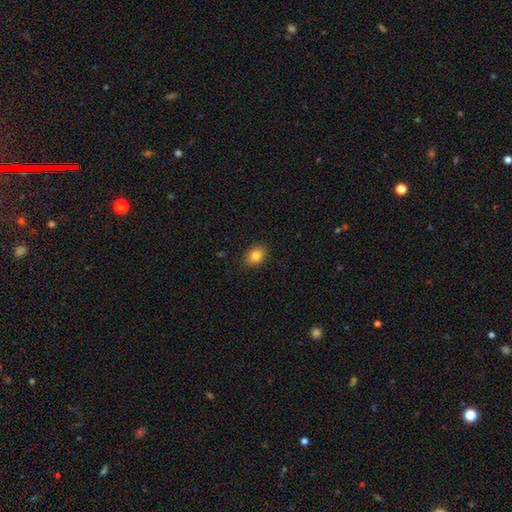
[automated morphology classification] A smooth galaxy with no disk features (83%) that is in between round and cigar-shaped (66%). Merging: none (89%).